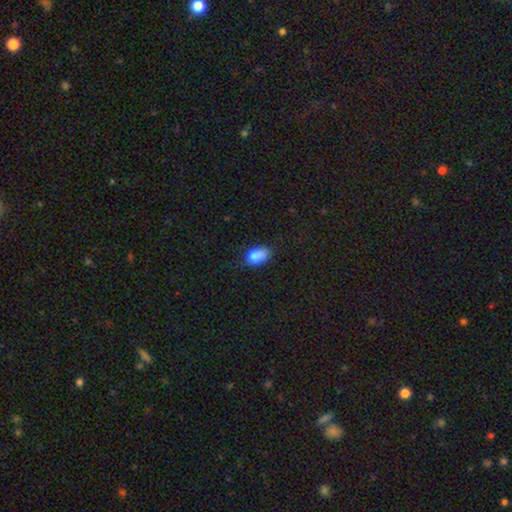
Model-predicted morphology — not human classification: This is clearly a smooth galaxy (84%). How rounded: clearly in between (88%). Merging: possibly none (52%).